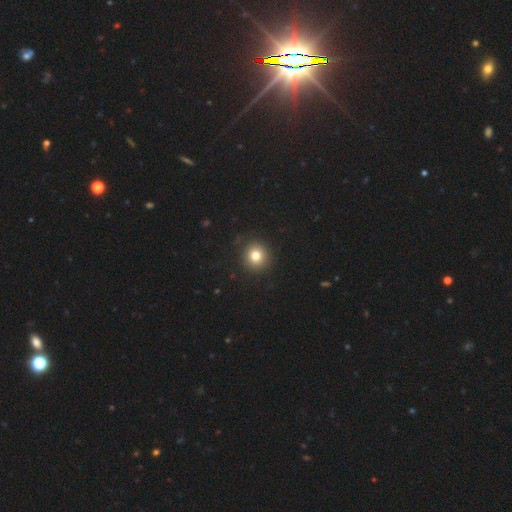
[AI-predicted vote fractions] smooth_or_featured: smooth (p=0.80) [alt: star or artifact p=0.12]
how_rounded: round (p=0.92) [alt: in between p=0.07]
merging: none (p=0.91) [alt: minor disturbance p=0.06]